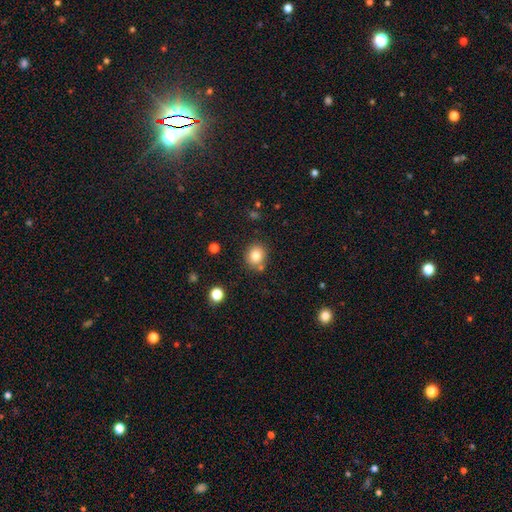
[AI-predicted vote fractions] Smooth or featured?
  - smooth: 80% *
  - star or artifact: 11%
  - featured or disk: 8%
How rounded?
  - round: 79% *
  - in between: 20%
  - cigar-shaped: 1%
Merging?
  - none: 78% *
  - minor disturbance: 10%
  - merger: 9%
  - major disturbance: 3%